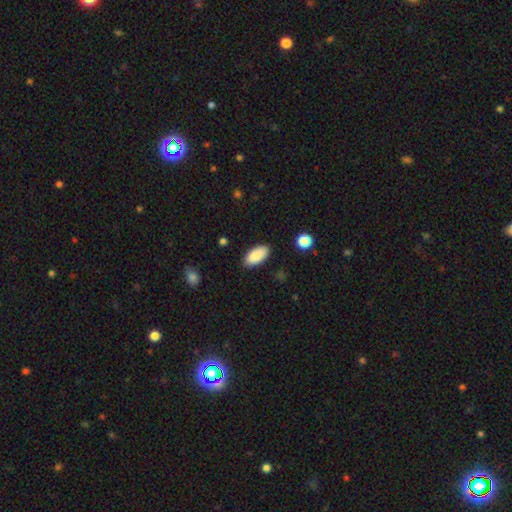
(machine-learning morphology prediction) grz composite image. It shows a smooth galaxy with no disk features (87%) that is in between round and cigar-shaped (93%). Merging: none (82%).